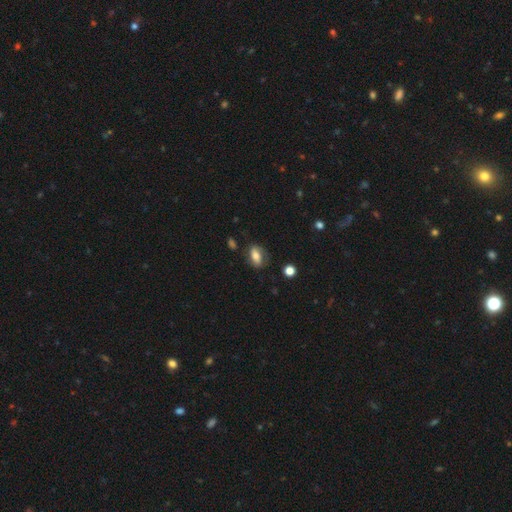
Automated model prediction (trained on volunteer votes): This appears to be a smooth galaxy with no disk features (66%) that is in between round and cigar-shaped (82%). Merging: none (69%).